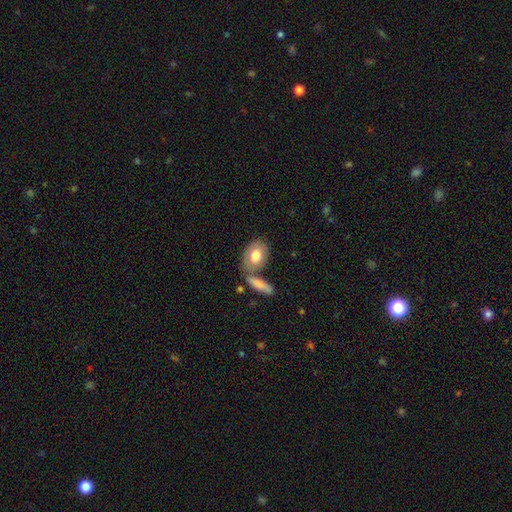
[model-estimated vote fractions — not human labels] smooth_or_featured: smooth (p=0.76) [alt: featured or disk p=0.18]
how_rounded: in between (p=0.79) [alt: round p=0.18]
merging: none (p=0.55) [alt: merger p=0.26]